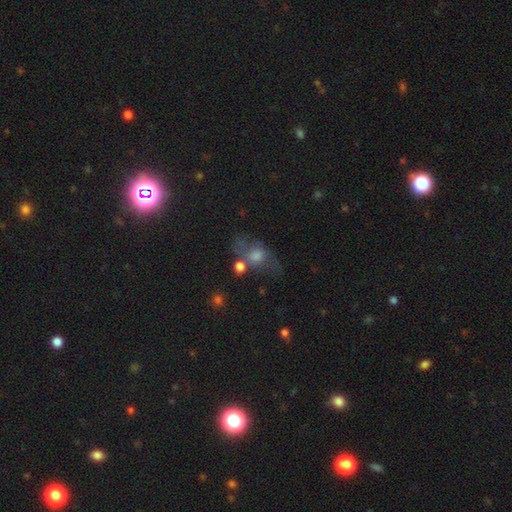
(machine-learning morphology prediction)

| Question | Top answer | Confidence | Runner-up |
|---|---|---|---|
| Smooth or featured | smooth | 41% | featured or disk (36%) |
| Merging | none | 49% | minor disturbance (21%) |